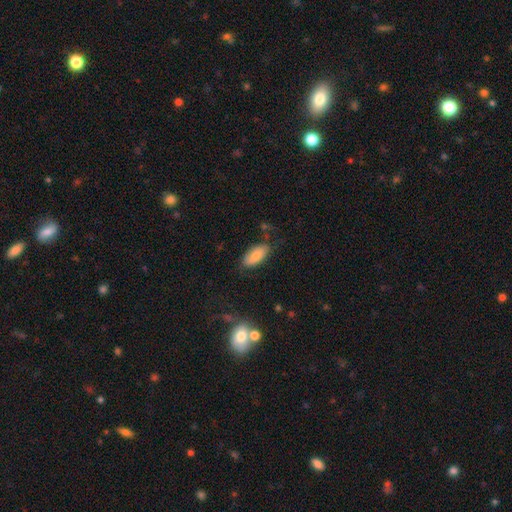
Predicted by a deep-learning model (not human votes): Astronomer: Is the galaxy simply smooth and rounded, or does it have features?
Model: smooth — 85%.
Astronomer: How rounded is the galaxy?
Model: in between — 90%.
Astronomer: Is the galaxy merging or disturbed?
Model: none — 74%.